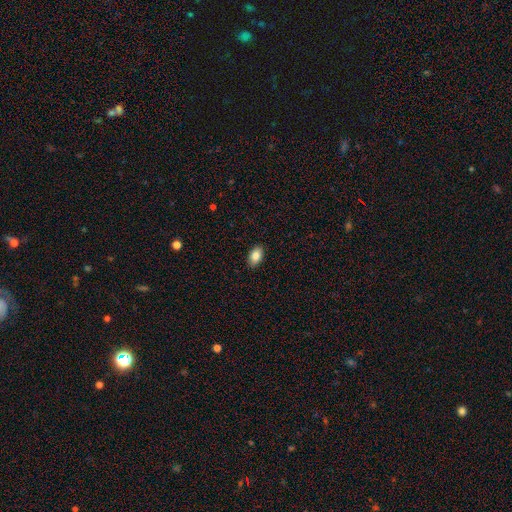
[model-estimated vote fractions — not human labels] smooth_or_featured: smooth (p=0.84) [alt: featured or disk p=0.08]
how_rounded: in between (p=0.92) [alt: round p=0.07]
merging: none (p=0.90) [alt: minor disturbance p=0.08]